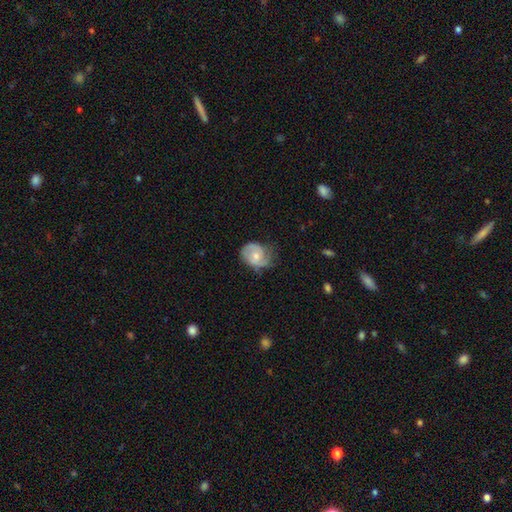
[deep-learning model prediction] Q: Smooth or featured?
A: featured or disk (56%); runner-up: smooth (38%)
Q: Edge-on disk?
A: no (97%); runner-up: yes (3%)
Q: Bar?
A: no (70%); runner-up: weak (26%)
Q: Spiral arms?
A: yes (84%); runner-up: no (16%)
Q: Bulge size?
A: moderate (48%); runner-up: small (45%)
Q: Merging?
A: none (52%); runner-up: minor disturbance (33%)